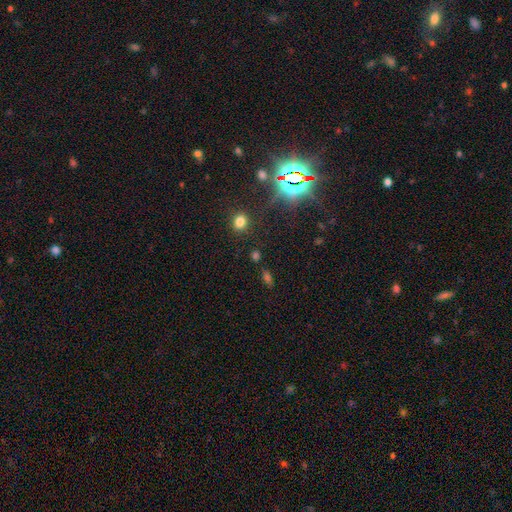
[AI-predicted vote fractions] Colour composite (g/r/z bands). It shows a star or artifact, not a galaxy (57%).